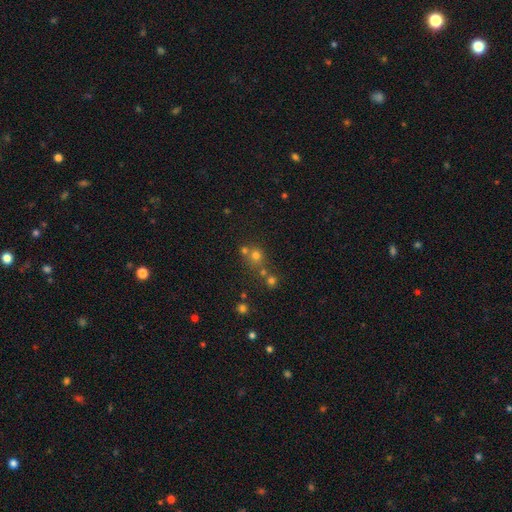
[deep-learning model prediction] Overall: smooth (66%). How rounded: round (86%). Merging: none (54%; merger 34%).